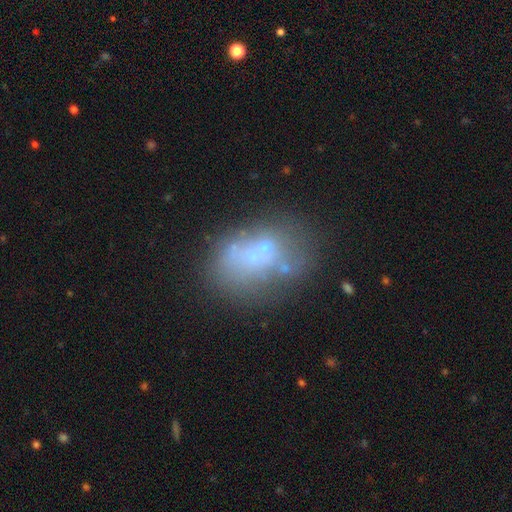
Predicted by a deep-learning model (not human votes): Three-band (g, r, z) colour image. It shows a featured or disk galaxy (42%). Merging: none (39%).